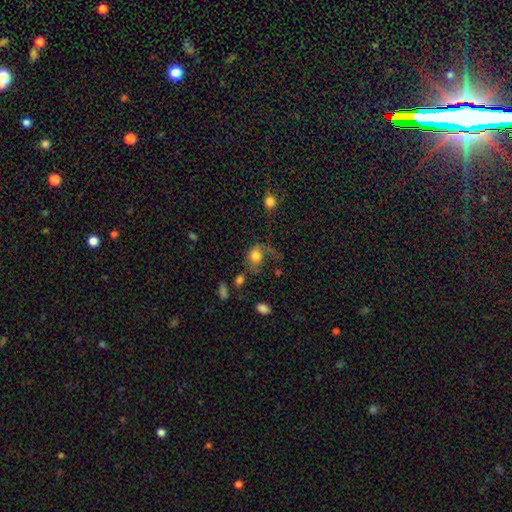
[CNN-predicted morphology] Q: Smooth or featured?
A: smooth (67%); runner-up: featured or disk (23%)
Q: How rounded?
A: round (55%); runner-up: in between (43%)
Q: Merging?
A: major disturbance (41%); runner-up: none (31%)